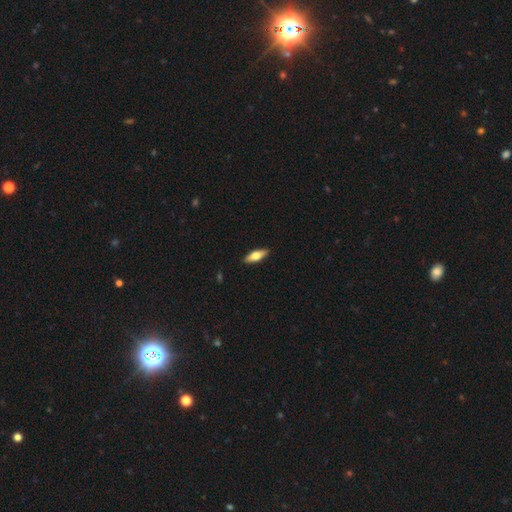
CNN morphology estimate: This is likely a smooth galaxy (60%). How rounded: possibly in between (59%). Merging: clearly none (90%).